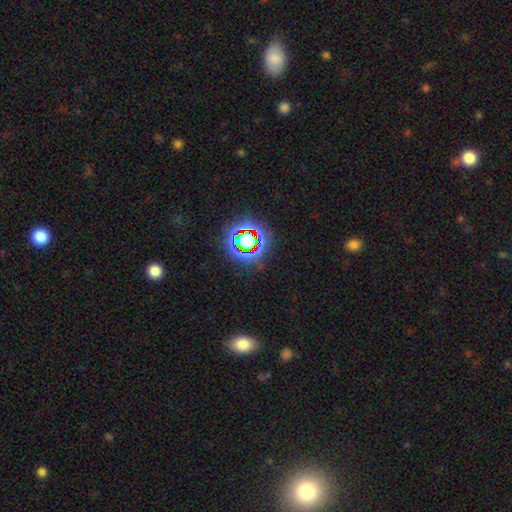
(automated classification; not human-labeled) A star or artifact, not a galaxy (68%).